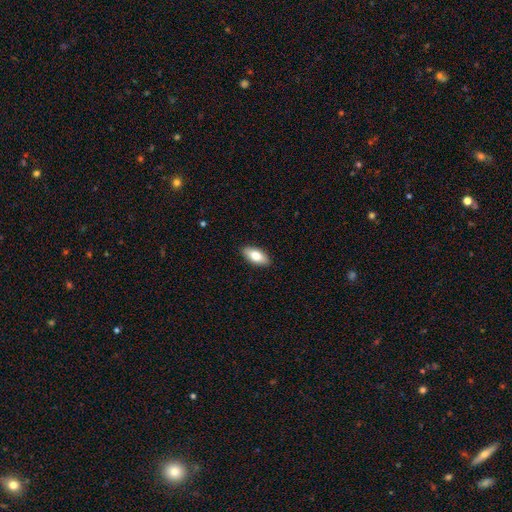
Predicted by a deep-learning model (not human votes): The model was most divided on "smooth or featured": smooth: 80%, featured or disk: 13%, star or artifact: 6%. More confident: how rounded — in between (90%); merging — none (89%).